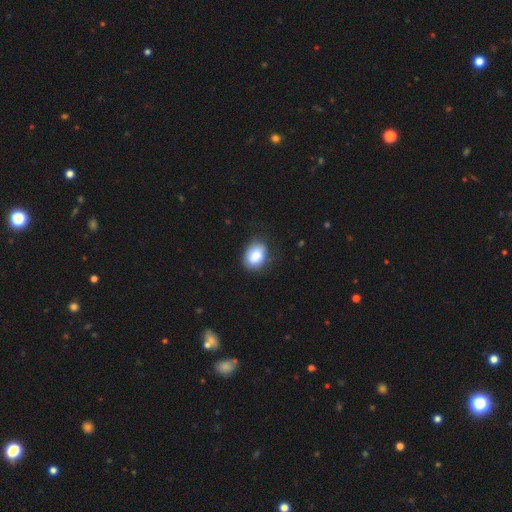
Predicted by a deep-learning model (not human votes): The model was most divided on "how rounded": in between: 63%, round: 36%, cigar-shaped: 1%. More confident: smooth or featured — smooth (83%); merging — none (69%).